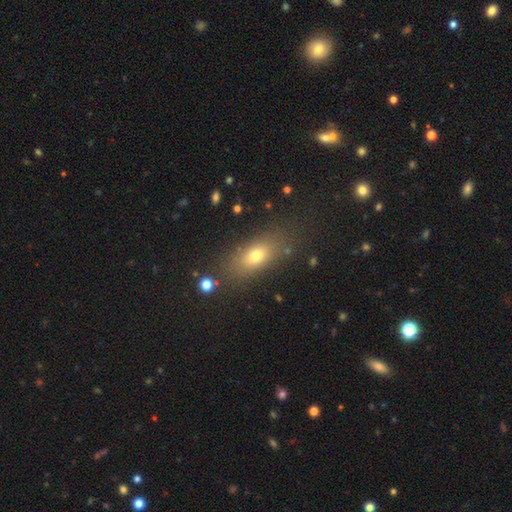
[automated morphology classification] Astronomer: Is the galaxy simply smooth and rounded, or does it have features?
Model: smooth — 71%.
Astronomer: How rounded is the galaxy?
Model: in between — 76%.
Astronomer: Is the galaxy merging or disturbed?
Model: none — 81%.